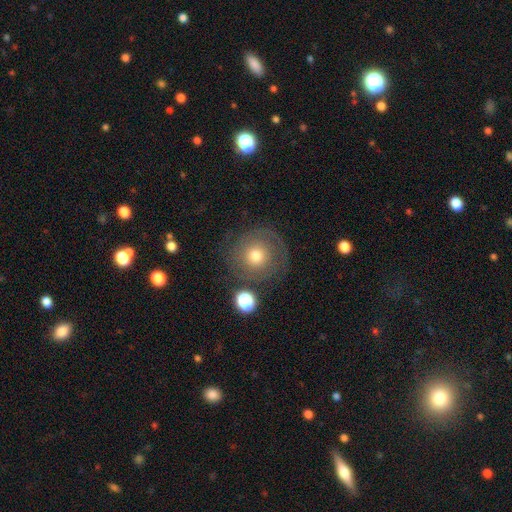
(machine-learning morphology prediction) The model was most divided on "smooth or featured": smooth: 56%, featured or disk: 32%, star or artifact: 11%. More confident: how rounded — round (92%); merging — none (72%).